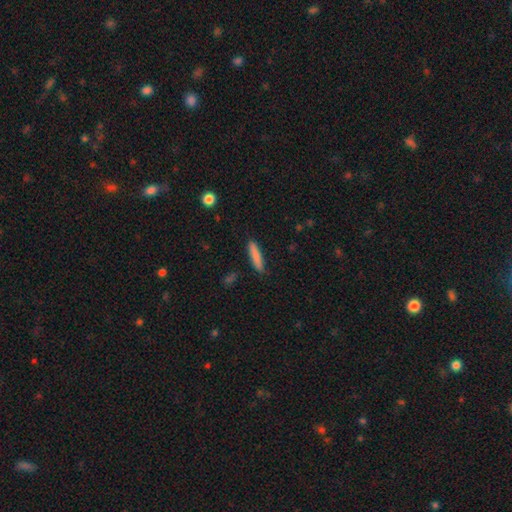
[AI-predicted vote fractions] smooth_or_featured: smooth (p=0.83) [alt: featured or disk p=0.10]
how_rounded: cigar-shaped (p=0.87) [alt: in between p=0.12]
merging: none (p=0.88) [alt: minor disturbance p=0.09]